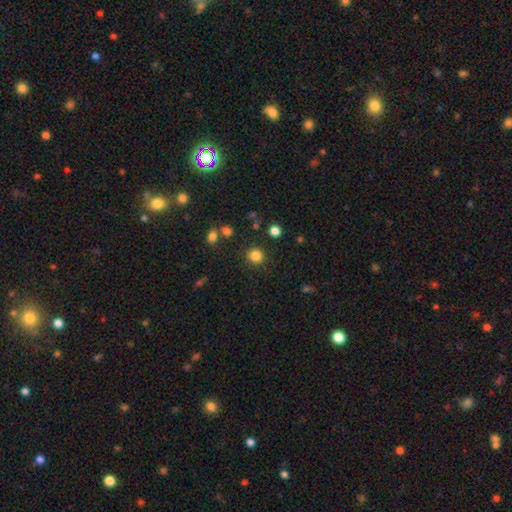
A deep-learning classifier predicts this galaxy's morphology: smooth-or-featured: smooth: 83% | star or artifact: 12% | featured or disk: 4%
  how-rounded: round: 92% | in between: 7% | cigar-shaped: 1%
  merging: none: 88% | minor disturbance: 7% | major disturbance: 3% | merger: 3%